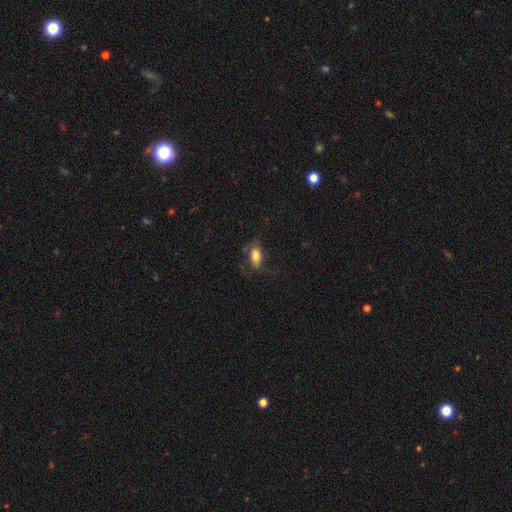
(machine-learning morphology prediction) smooth_or_featured: smooth (p=0.74) [alt: featured or disk p=0.18]
how_rounded: in between (p=0.86) [alt: cigar-shaped p=0.09]
merging: none (p=0.52) [alt: minor disturbance p=0.26]